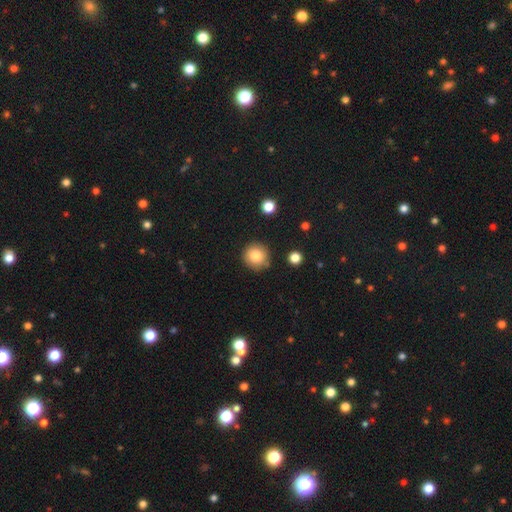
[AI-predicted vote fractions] A smooth galaxy with no disk features (83%) that is round (94%). Merging: none (85%).